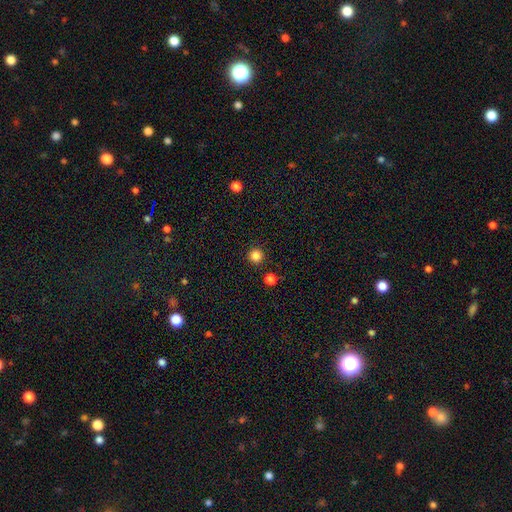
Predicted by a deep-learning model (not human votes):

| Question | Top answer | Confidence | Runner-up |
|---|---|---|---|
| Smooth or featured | smooth | 84% | star or artifact (13%) |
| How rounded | round | 96% | in between (3%) |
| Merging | none | 92% | minor disturbance (4%) |